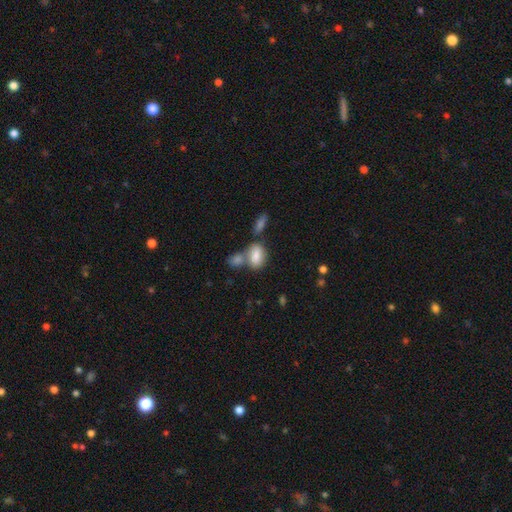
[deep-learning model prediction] Overall: smooth (81%). How rounded: in between (84%). Merging: merger (42%; none 41%).